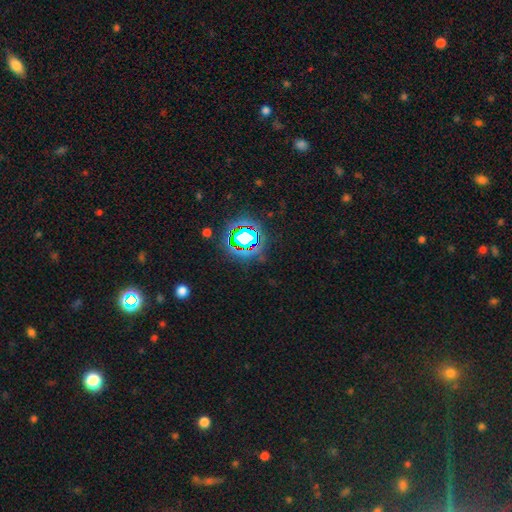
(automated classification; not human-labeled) smooth_or_featured: star or artifact (p=0.76) [alt: smooth p=0.16]